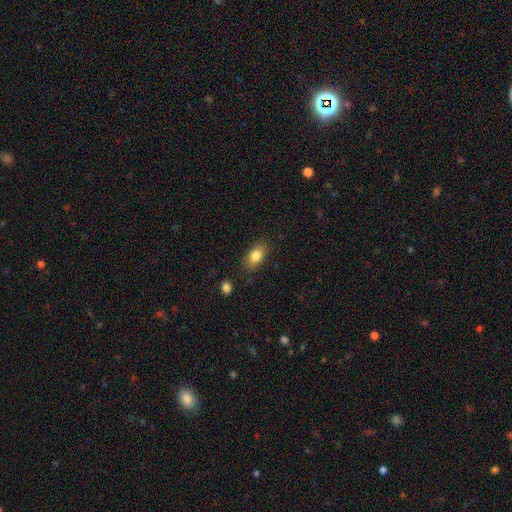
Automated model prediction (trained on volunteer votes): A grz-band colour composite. It shows a smooth galaxy with no disk features (83%) that is in between round and cigar-shaped (87%). Merging: none (83%).